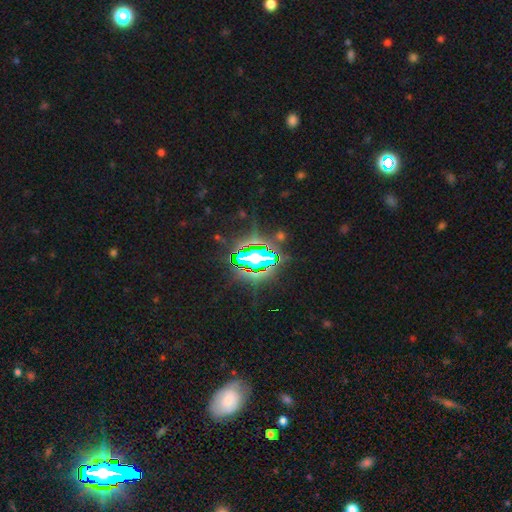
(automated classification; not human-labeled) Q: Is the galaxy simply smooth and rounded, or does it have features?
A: star or artifact — 80%.